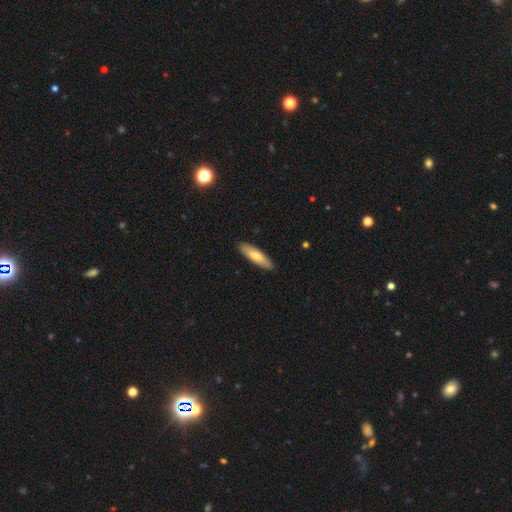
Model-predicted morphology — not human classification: This appears to be a smooth galaxy with no disk features (69%) that is cigar-shaped (61%). Merging: none (88%).